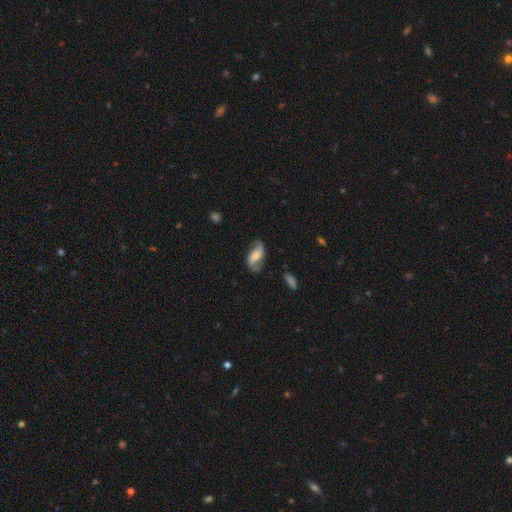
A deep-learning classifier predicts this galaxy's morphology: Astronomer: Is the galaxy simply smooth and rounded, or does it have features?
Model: featured or disk — 67%.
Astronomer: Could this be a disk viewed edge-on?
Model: no — 93%.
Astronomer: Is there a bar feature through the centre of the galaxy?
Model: no — 38% (runner-up: weak, 35%).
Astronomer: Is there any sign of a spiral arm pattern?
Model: yes — 89%.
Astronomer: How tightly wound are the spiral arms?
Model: loose — 58%.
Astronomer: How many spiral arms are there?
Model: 2 — 88%.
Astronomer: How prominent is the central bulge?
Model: moderate — 51% (runner-up: small, 36%).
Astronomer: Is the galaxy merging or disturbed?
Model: none — 70%.